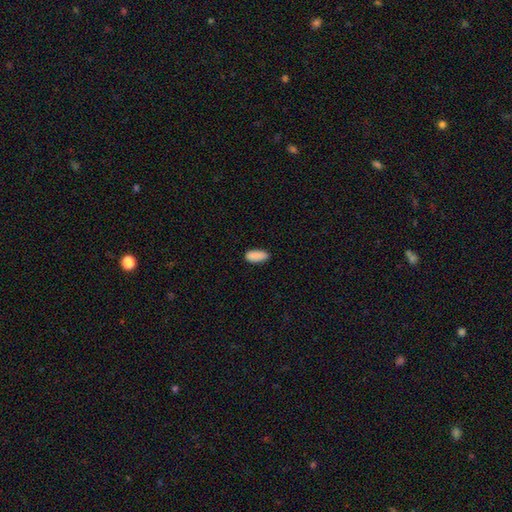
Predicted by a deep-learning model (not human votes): A smooth galaxy with no disk features (90%) that is in between round and cigar-shaped (85%).

Vote fractions:
- Smooth or featured? smooth: 90% / star or artifact: 7% / featured or disk: 3%
- How rounded? in between: 85% / cigar-shaped: 13% / round: 2%
- Merging? none: 84% / minor disturbance: 12% / major disturbance: 2% / merger: 1%